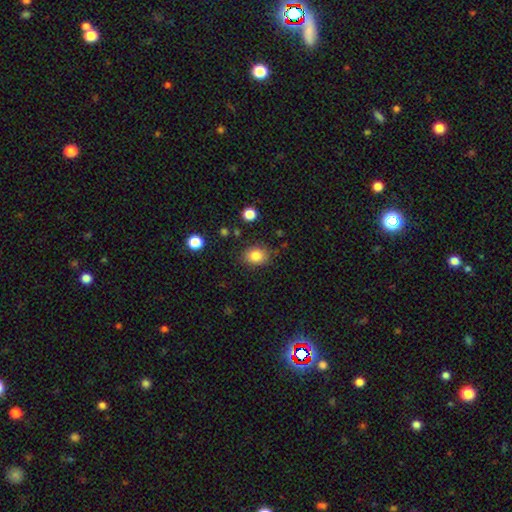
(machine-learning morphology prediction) Q: Smooth or featured?
A: smooth (84%); runner-up: star or artifact (10%)
Q: How rounded?
A: in between (53%); runner-up: round (46%)
Q: Merging?
A: none (81%); runner-up: minor disturbance (13%)